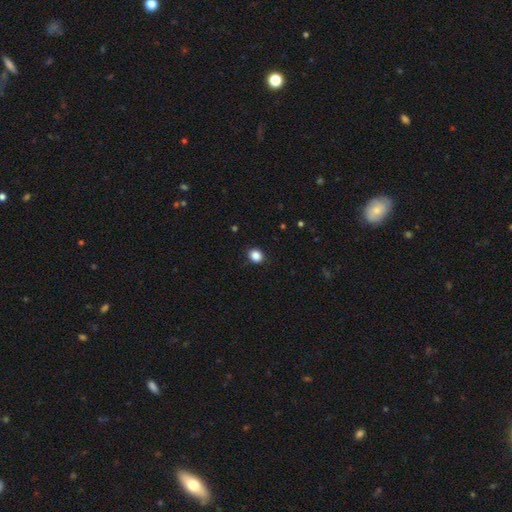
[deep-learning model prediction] Overall: smooth (86%). How rounded: round (68%; in between 31%). Merging: none (88%).